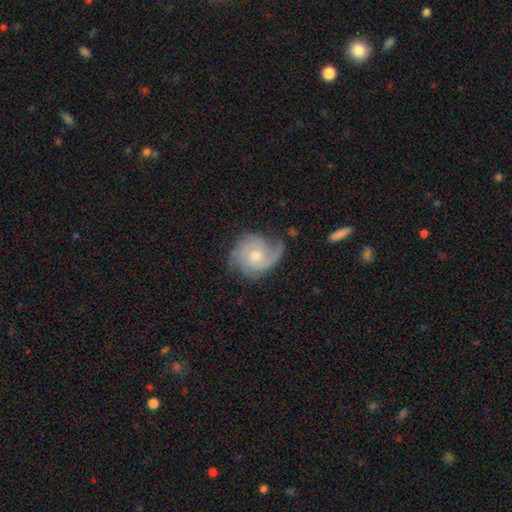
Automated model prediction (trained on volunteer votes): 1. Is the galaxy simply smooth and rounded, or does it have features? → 76% featured or disk, 18% smooth, 6% star or artifact.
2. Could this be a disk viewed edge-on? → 98% no, 2% yes.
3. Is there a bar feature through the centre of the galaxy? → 72% no, 25% weak, 3% strong.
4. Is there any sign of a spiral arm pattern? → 94% yes, 6% no.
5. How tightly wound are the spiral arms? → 41% tight, 40% medium, 20% loose.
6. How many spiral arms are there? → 40% 2, 19% can't tell, 17% 1, 16% 3, 4% 4, 4% more than 4.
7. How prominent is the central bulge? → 56% moderate, 37% small, 4% large, 2% none, 1% dominant.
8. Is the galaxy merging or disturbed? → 58% none, 25% minor disturbance, 14% major disturbance, 2% merger.